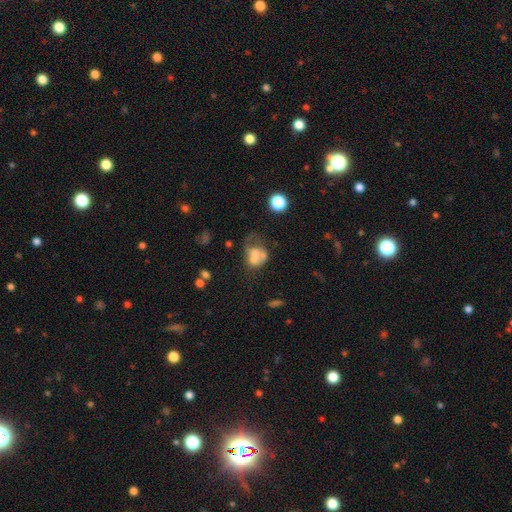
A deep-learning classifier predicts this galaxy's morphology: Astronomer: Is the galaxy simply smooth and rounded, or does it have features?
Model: smooth — 51% (runner-up: featured or disk, 36%).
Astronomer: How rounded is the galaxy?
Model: in between — 50% (runner-up: round, 49%).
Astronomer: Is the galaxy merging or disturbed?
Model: merger — 50%.